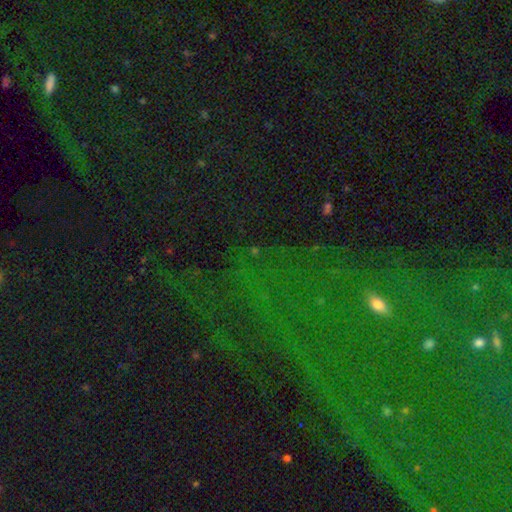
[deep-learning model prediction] This appears to be a star or artifact, not a galaxy (80%).